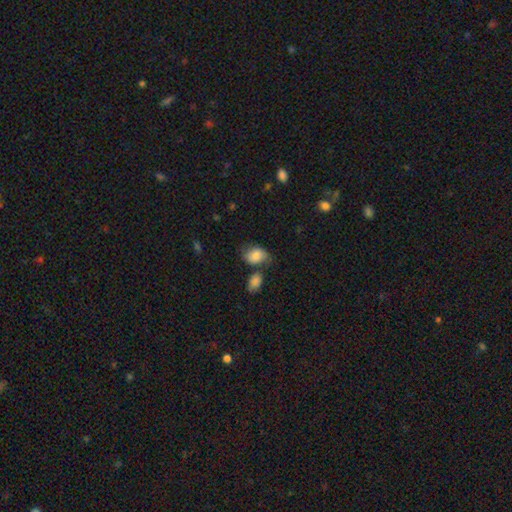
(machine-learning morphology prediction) type=smooth (77%); roundness=in between (76%); merging=none (47%).